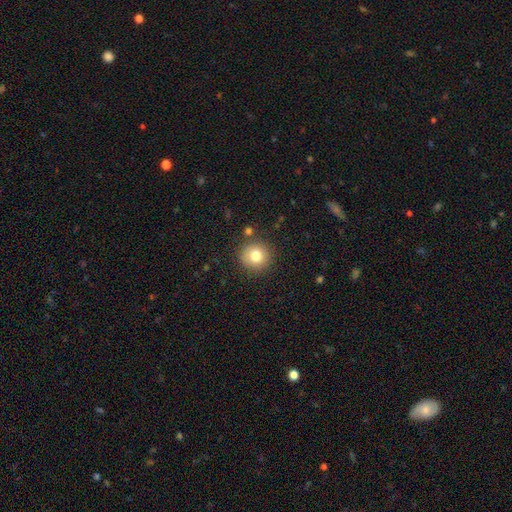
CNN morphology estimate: type=smooth (79%); roundness=round (94%); merging=none (86%).